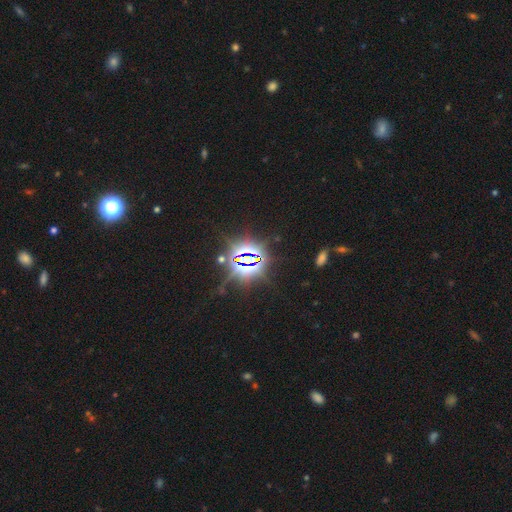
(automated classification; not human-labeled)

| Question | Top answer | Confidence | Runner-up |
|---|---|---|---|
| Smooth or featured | star or artifact | 84% | smooth (9%) |